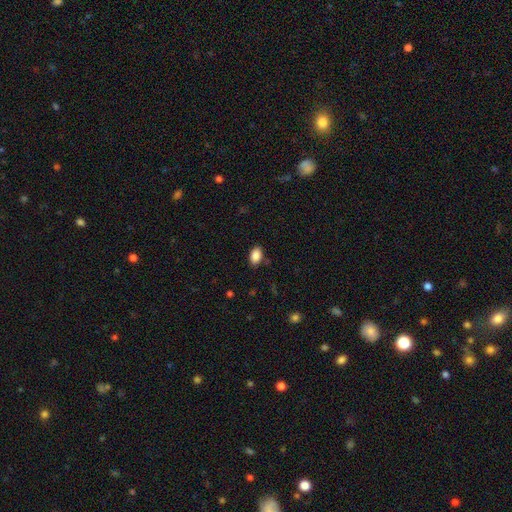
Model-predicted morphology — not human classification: Overall: smooth (88%). How rounded: in between (89%). Merging: none (84%).